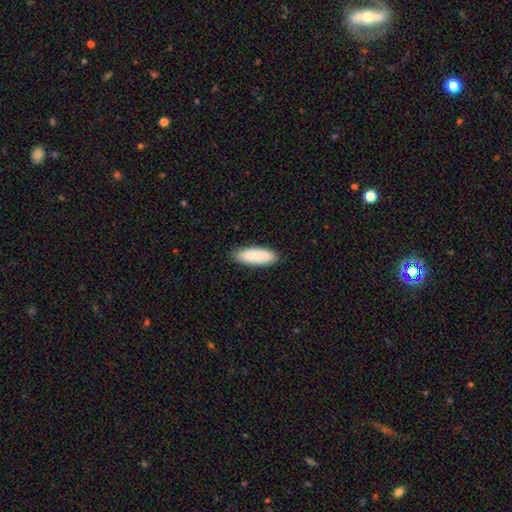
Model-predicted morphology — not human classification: smooth-or-featured: smooth: 89% | star or artifact: 5% | featured or disk: 5%
  how-rounded: in between: 66% | cigar-shaped: 32% | round: 2%
  merging: none: 87% | minor disturbance: 10% | major disturbance: 2% | merger: 1%